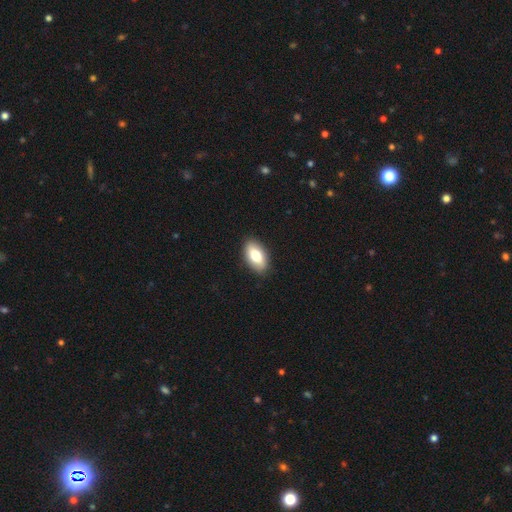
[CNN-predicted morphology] This is likely a smooth galaxy (78%). How rounded: clearly in between (93%). Merging: clearly none (89%).